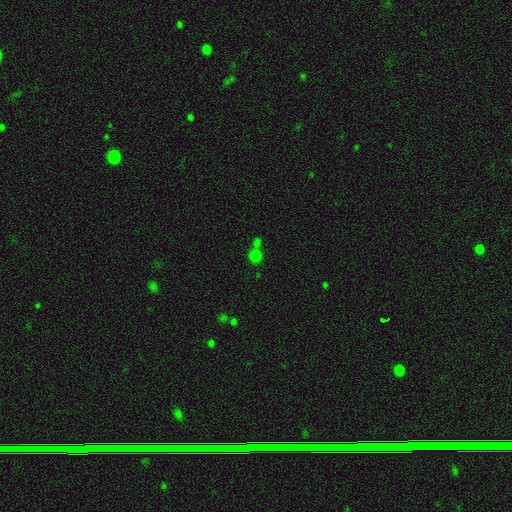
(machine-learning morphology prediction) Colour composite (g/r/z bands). It shows a smooth galaxy with no disk features (67%) that is round (82%). Merging: none (52%).